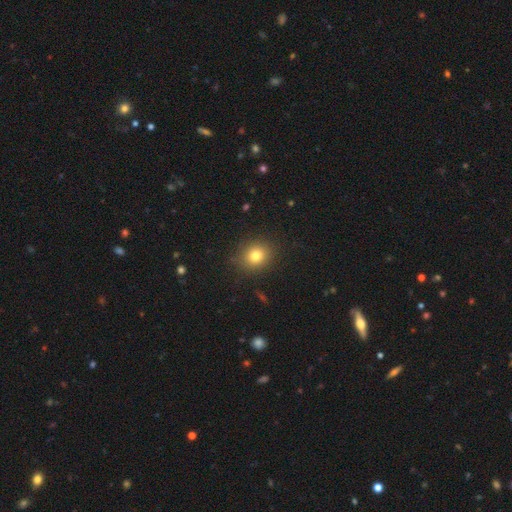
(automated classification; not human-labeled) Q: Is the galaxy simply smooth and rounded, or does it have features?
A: smooth — 78%.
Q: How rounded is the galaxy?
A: round — 74%.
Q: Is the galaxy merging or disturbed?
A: none — 86%.